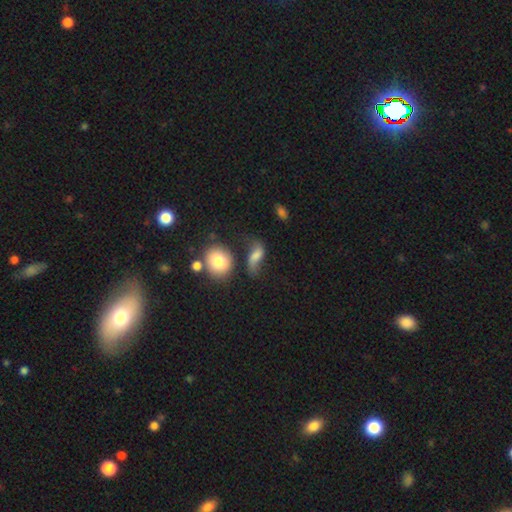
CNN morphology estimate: This appears to be a smooth galaxy with no disk features (48%). Merging: none (41%).